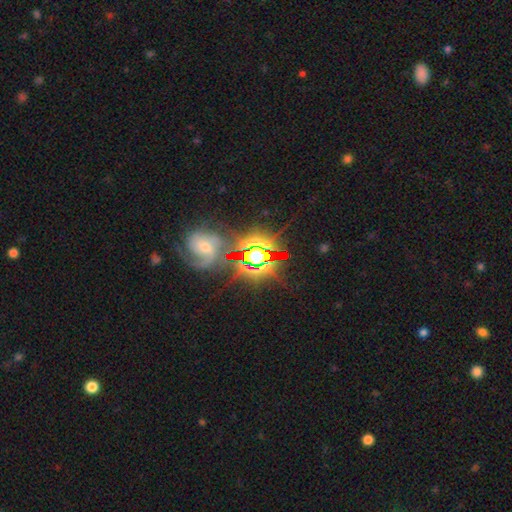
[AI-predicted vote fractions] This is likely a star or artifact rather than a galaxy (69%).